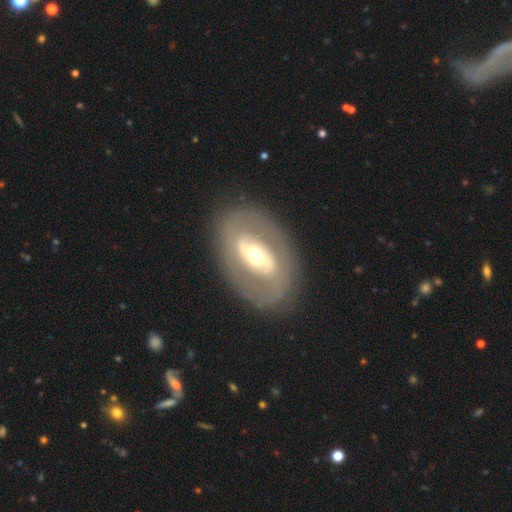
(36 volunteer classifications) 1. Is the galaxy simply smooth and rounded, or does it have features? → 64% featured or disk, 31% smooth, 6% star or artifact.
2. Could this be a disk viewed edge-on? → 83% no, 17% yes.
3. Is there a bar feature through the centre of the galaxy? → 42% no, 32% weak, 26% strong.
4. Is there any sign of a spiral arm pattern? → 58% no, 42% yes.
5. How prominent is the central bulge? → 63% moderate, 21% small, 16% large, 0% dominant, 0% none.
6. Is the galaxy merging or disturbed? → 82% none, 15% minor disturbance, 3% major disturbance, 0% merger.